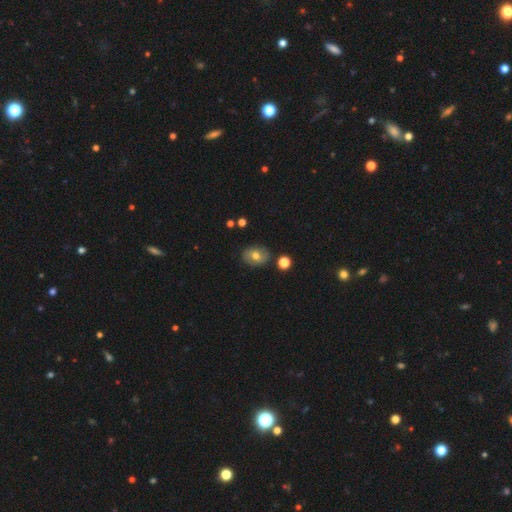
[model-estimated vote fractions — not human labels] A smooth galaxy with no disk features (64%) that is in between round and cigar-shaped (52%). Merging: none (82%).